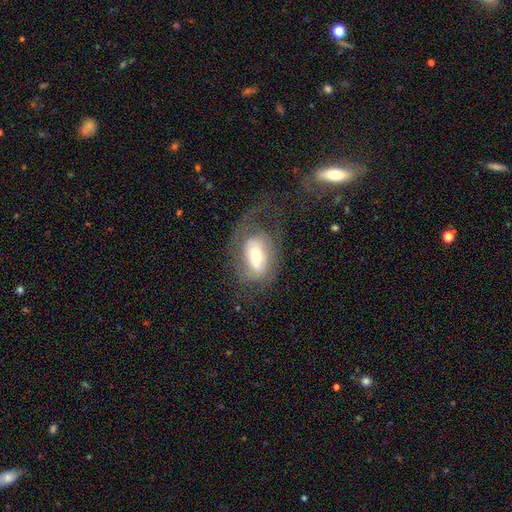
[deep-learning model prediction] Smooth or featured? featured or disk (58%)
Edge-on disk? no (91%)
Bar? no (40%)
Spiral arms? yes (61%)
Bulge size? moderate (58%)
Merging? none (42%)